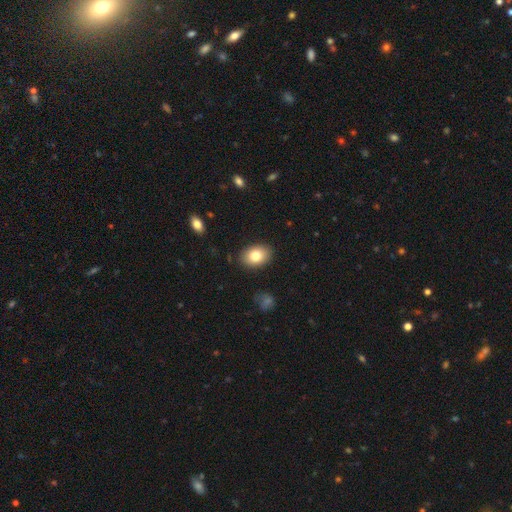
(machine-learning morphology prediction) smooth-or-featured: smooth: 80% | featured or disk: 12% | star or artifact: 8%
  how-rounded: in between: 81% | round: 17% | cigar-shaped: 1%
  merging: none: 87% | minor disturbance: 10% | major disturbance: 2% | merger: 1%